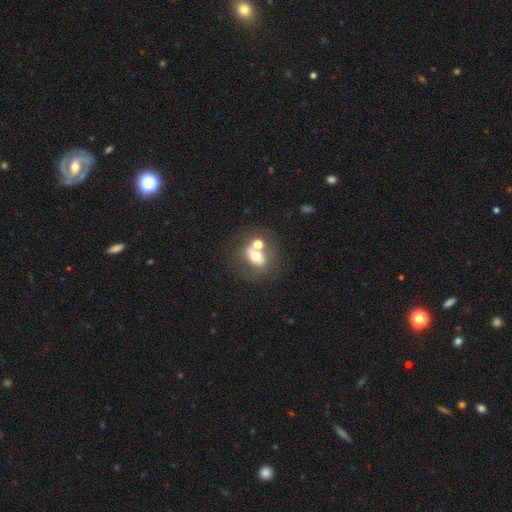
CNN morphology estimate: Q: Smooth or featured?
A: smooth (49%); runner-up: featured or disk (37%)
Q: Merging?
A: merger (41%); runner-up: none (39%)